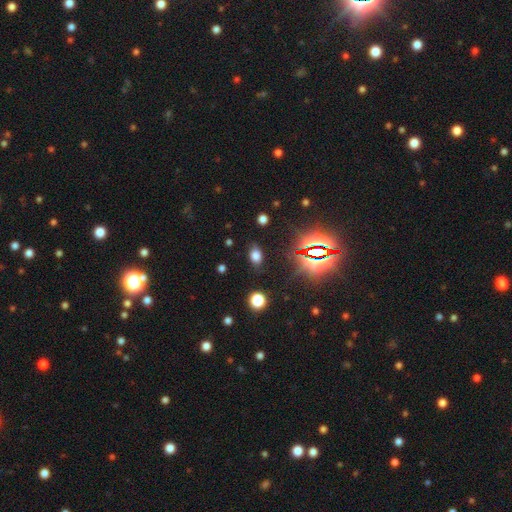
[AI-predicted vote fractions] smooth 68%, star or artifact 24%, featured or disk 8%. Down the decision tree: how rounded — in between (82%); merging — none (81%).